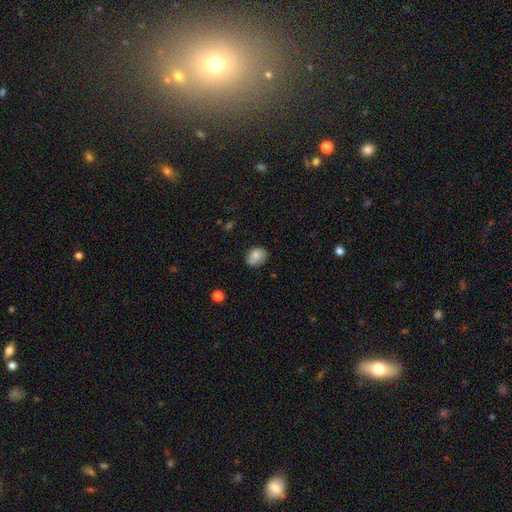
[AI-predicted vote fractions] Smooth or featured? smooth (79%)
How rounded? in between (56%)
Merging? none (67%)